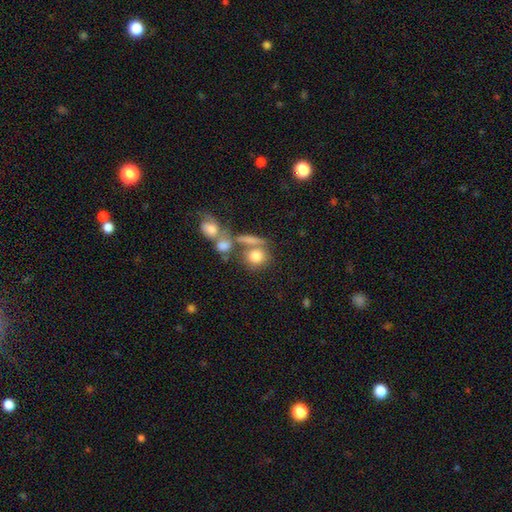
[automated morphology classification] smooth_or_featured: smooth (p=0.74) [alt: featured or disk p=0.15]
how_rounded: round (p=0.74) [alt: in between p=0.22]
merging: none (p=0.46) [alt: merger p=0.35]